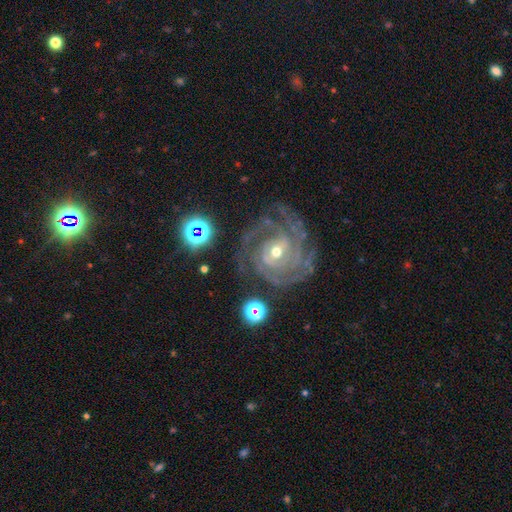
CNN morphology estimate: Smooth or featured? Predicted: featured or disk (p=0.88). Edge-on disk? Predicted: no (p=0.97). Bar? Predicted: no (p=0.45). Spiral arms? Predicted: yes (p=0.98). Spiral winding? Predicted: tight (p=0.75). Spiral arm count? Predicted: 3 (p=0.29). Bulge size? Predicted: small (p=0.57). Merging? Predicted: none (p=0.74).